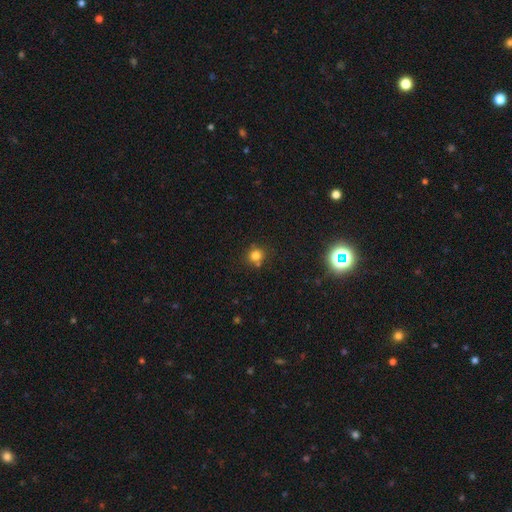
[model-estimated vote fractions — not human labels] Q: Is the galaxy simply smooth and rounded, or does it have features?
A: smooth — 78%.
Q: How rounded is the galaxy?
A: round — 87%.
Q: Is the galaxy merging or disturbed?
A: none — 71%.